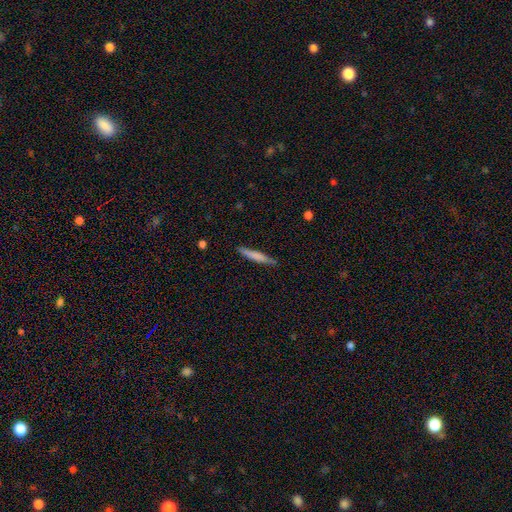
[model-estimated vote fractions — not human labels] Smooth or featured: smooth — 67% (featured or disk — 27%)
How rounded: cigar-shaped — 94% (in between — 4%)
Merging: none — 85% (minor disturbance — 11%)